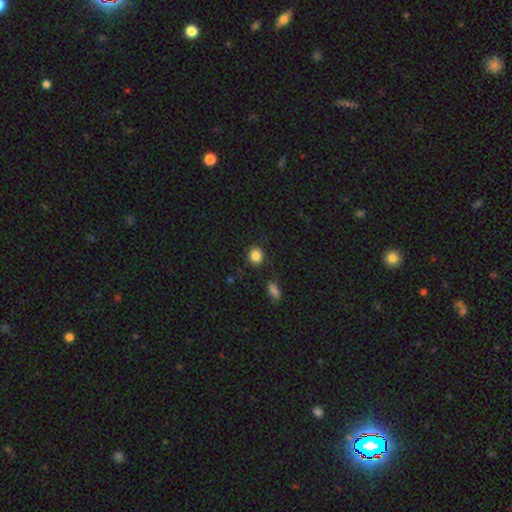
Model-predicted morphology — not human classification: smooth-or-featured: smooth: 86% | star or artifact: 10% | featured or disk: 4%
  how-rounded: round: 74% | in between: 25% | cigar-shaped: 1%
  merging: none: 85% | minor disturbance: 10% | major disturbance: 3% | merger: 3%